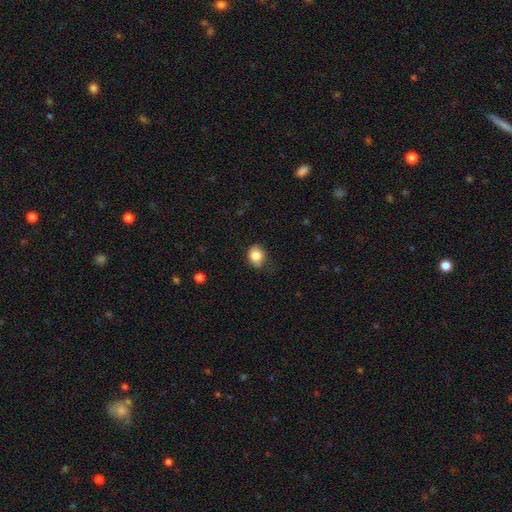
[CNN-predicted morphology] This is clearly a smooth galaxy (83%). How rounded: possibly round (57%). Merging: likely none (61%).